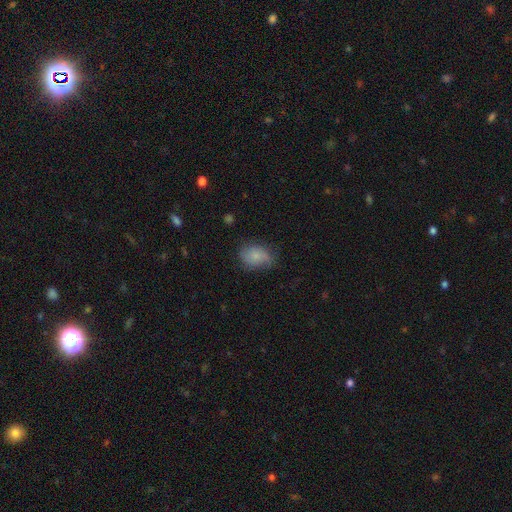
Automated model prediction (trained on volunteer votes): Smooth or featured? smooth (75%)
How rounded? in between (70%)
Merging? none (59%)